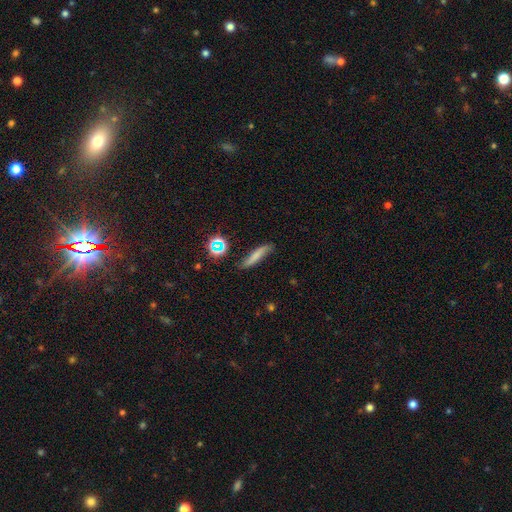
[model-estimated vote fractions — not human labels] This is likely a smooth galaxy (66%). How rounded: clearly cigar-shaped (81%). Merging: likely none (76%).